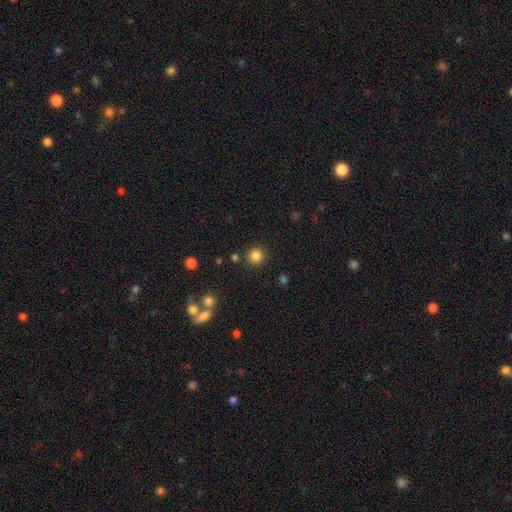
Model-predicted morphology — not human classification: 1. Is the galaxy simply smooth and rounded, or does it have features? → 84% smooth, 12% star or artifact, 4% featured or disk.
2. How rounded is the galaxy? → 93% round, 6% in between, 1% cigar-shaped.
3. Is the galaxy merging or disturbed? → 88% none, 6% minor disturbance, 4% merger, 2% major disturbance.